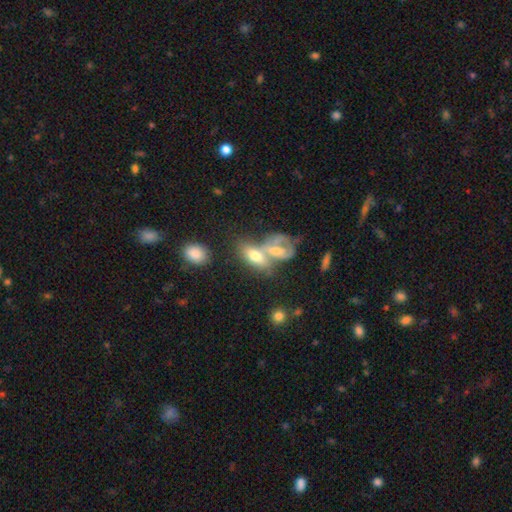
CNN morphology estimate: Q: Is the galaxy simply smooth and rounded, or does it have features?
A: smooth — 59%.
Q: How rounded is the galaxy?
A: in between — 83%.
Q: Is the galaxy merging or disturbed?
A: merger — 55%.